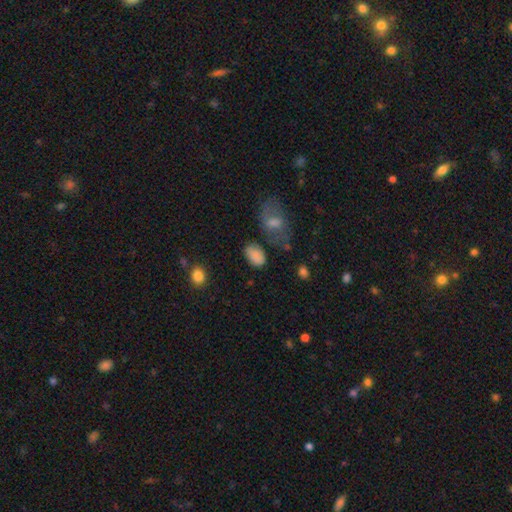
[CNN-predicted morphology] The model was most divided on "merging": none: 65%, minor disturbance: 22%, major disturbance: 8%, merger: 6%. More confident: how rounded — in between (87%); smooth or featured — smooth (84%).